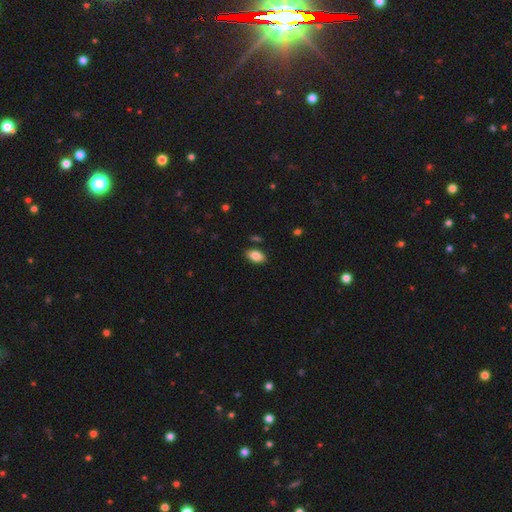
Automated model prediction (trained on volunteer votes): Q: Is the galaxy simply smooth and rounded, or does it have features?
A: smooth — 86%.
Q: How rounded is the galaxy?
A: in between — 92%.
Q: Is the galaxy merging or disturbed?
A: none — 85%.